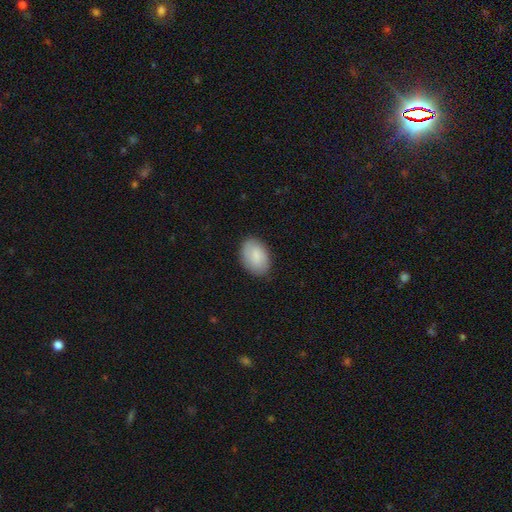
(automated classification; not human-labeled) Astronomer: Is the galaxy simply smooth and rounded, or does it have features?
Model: smooth — 78%.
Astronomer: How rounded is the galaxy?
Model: in between — 85%.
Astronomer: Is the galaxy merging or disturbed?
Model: none — 84%.